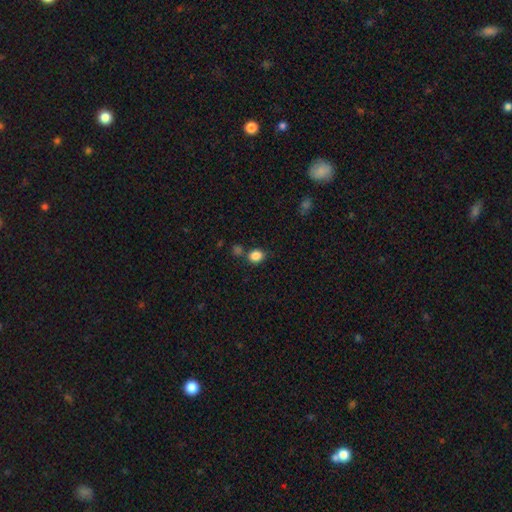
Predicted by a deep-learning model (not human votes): smooth-or-featured: smooth: 85% | star or artifact: 11% | featured or disk: 4%
  how-rounded: round: 60% | in between: 39% | cigar-shaped: 1%
  merging: none: 72% | merger: 12% | minor disturbance: 12% | major disturbance: 4%